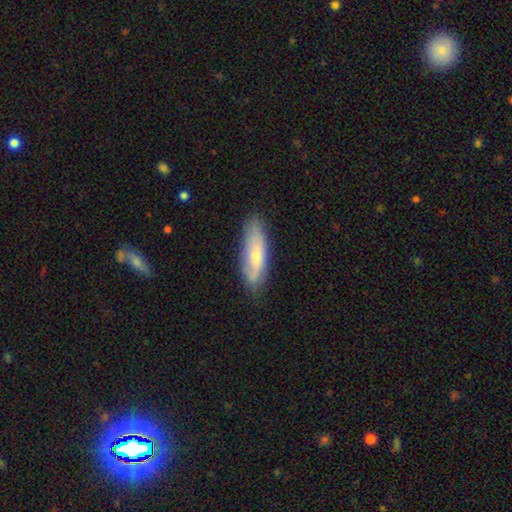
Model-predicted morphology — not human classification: Smooth or featured?
  - smooth: 55% *
  - featured or disk: 38%
  - star or artifact: 7%
How rounded?
  - cigar-shaped: 51% *
  - in between: 47%
  - round: 2%
Merging?
  - none: 77% *
  - minor disturbance: 18%
  - major disturbance: 3%
  - merger: 1%